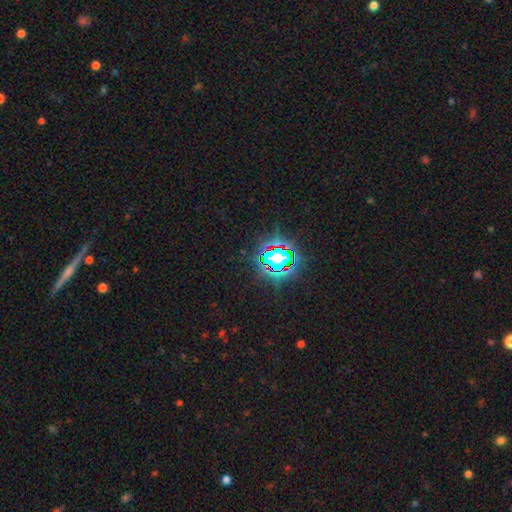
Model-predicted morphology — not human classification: type=star or artifact (83%).